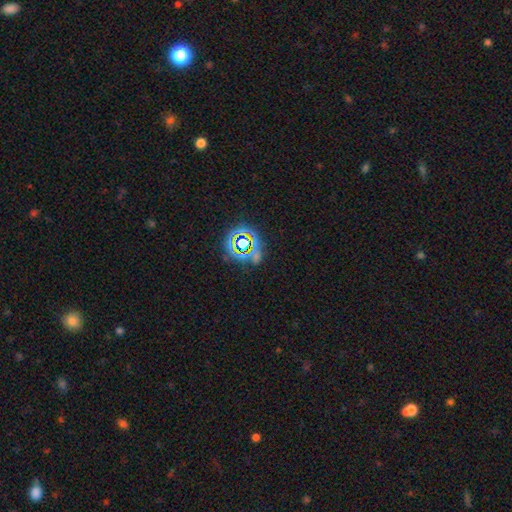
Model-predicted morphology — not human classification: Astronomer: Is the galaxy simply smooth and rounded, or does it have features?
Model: star or artifact — 67%.